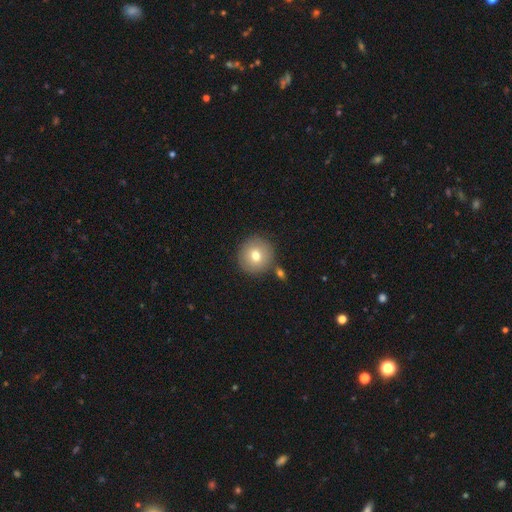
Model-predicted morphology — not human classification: Q: Smooth or featured?
A: smooth (75%); runner-up: featured or disk (15%)
Q: How rounded?
A: round (94%); runner-up: in between (5%)
Q: Merging?
A: none (81%); runner-up: minor disturbance (8%)